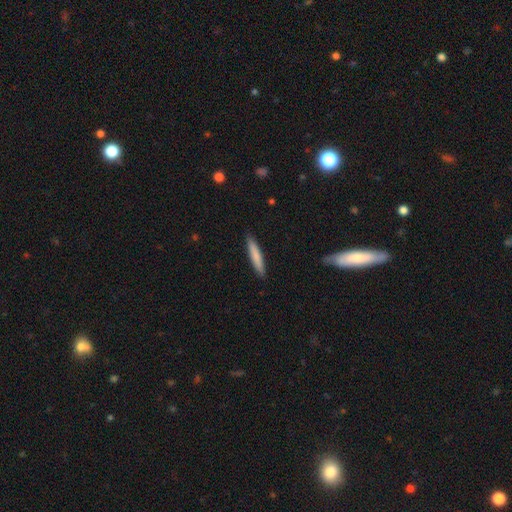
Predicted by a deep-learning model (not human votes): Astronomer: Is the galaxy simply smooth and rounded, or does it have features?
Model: smooth — 78%.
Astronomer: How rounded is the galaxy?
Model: cigar-shaped — 92%.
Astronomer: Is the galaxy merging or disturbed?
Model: none — 90%.